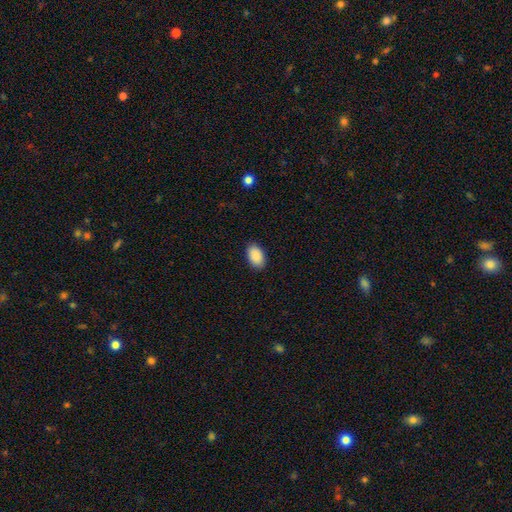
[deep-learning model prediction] This is clearly a smooth galaxy (91%). How rounded: clearly in between (93%). Merging: clearly none (89%).